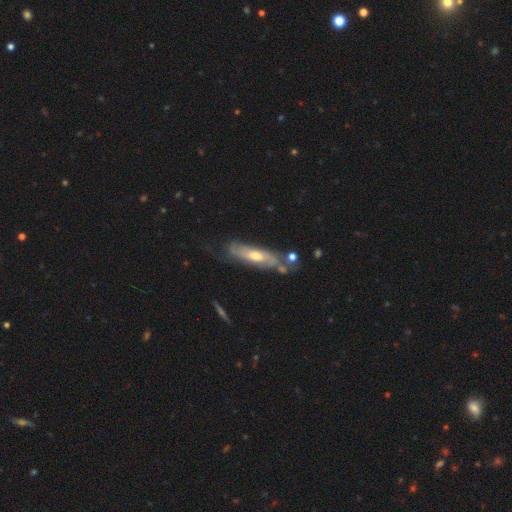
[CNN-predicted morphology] The model was most divided on "merging": none: 57%, minor disturbance: 24%, major disturbance: 10%, merger: 9%. More confident: edge-on disk — no (68%); smooth or featured — featured or disk (67%).